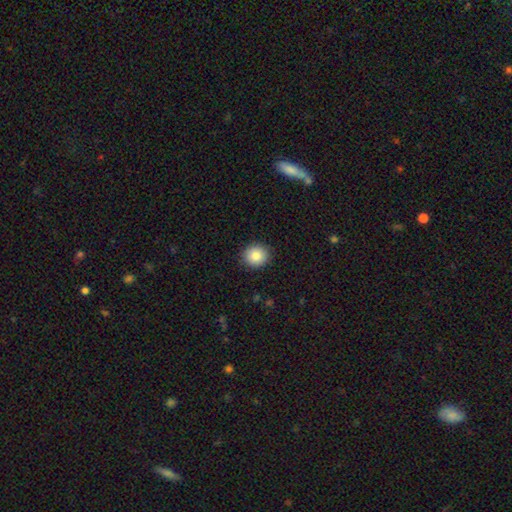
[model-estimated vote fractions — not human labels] The model was most divided on "smooth or featured": smooth: 85%, star or artifact: 9%, featured or disk: 7%. More confident: merging — none (91%); how rounded — round (89%).